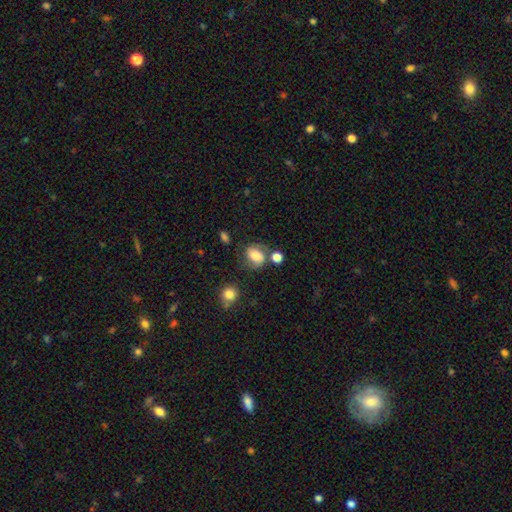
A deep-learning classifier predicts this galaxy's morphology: type=smooth (57%); roundness=in between (52%); merging=none (56%).